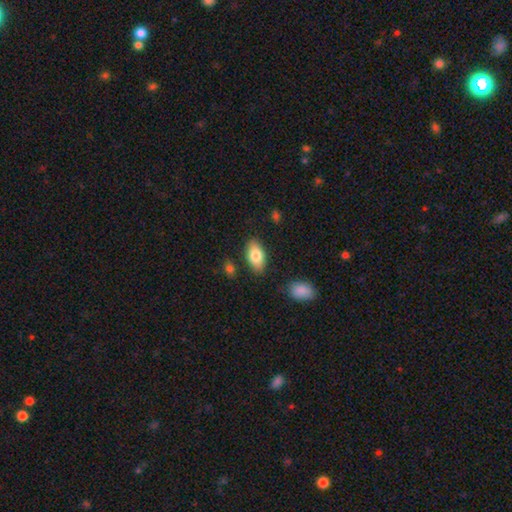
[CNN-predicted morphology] Smooth or featured? Predicted: smooth (p=0.80). How rounded? Predicted: in between (p=0.93). Merging? Predicted: none (p=0.84).